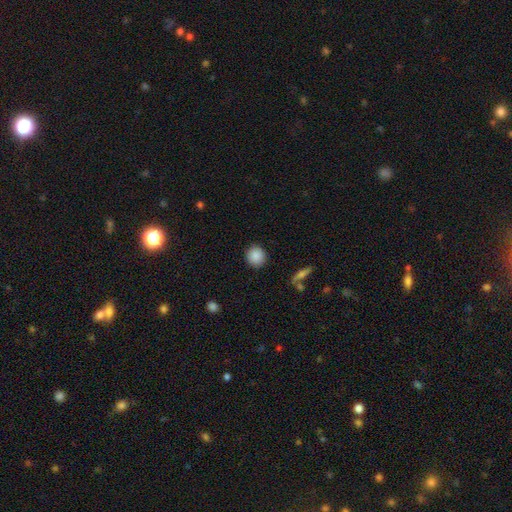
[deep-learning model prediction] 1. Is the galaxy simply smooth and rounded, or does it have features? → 88% smooth, 8% star or artifact, 4% featured or disk.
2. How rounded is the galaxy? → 89% round, 9% in between, 1% cigar-shaped.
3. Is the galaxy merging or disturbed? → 90% none, 7% minor disturbance, 2% major disturbance, 1% merger.